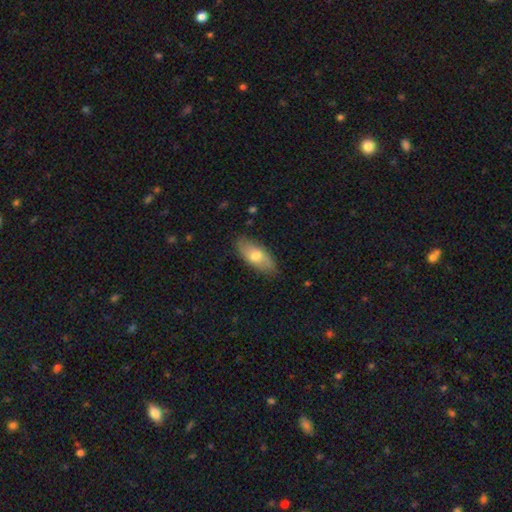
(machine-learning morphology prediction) Smooth or featured? Predicted: smooth (p=0.68). How rounded? Predicted: in between (p=0.85). Merging? Predicted: none (p=0.84).